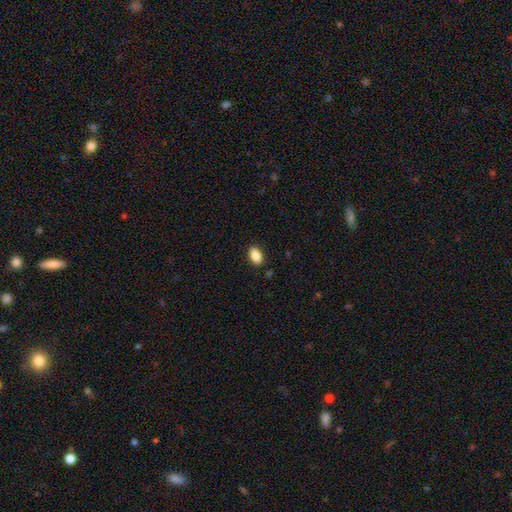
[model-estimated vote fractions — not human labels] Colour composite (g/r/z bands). It shows a smooth galaxy with no disk features (87%) that is in between round and cigar-shaped (91%). Merging: none (88%).